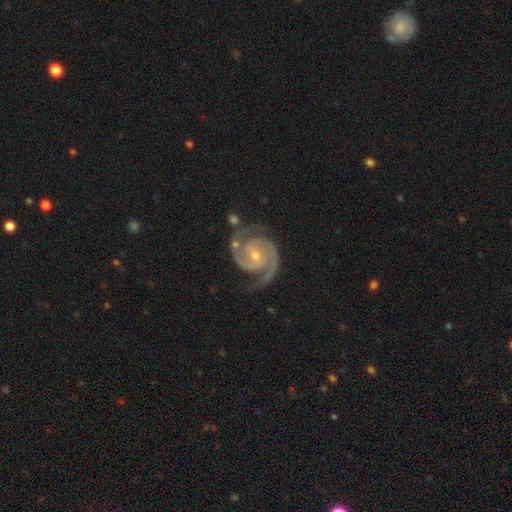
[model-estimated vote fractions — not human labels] featured or disk 94%, star or artifact 4%, smooth 3%. Down the decision tree: edge-on disk — no (98%); bar — no (51%); spiral arms — yes (99%); spiral arm count — 2 (92%); spiral winding — medium (47%, tied with tight); bulge size — small (65%); merging — none (73%).